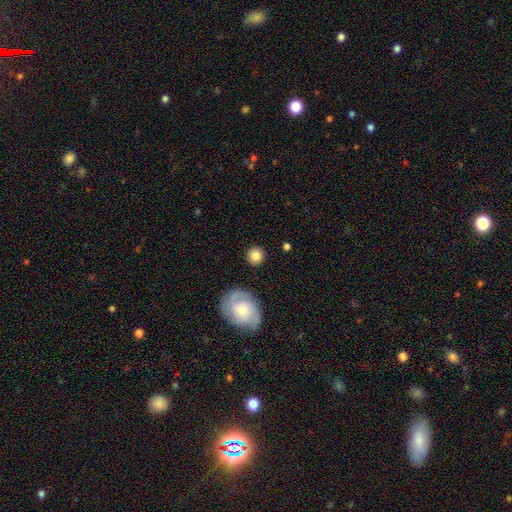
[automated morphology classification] Smooth or featured?
  - smooth: 81% *
  - featured or disk: 11%
  - star or artifact: 8%
How rounded?
  - round: 91% *
  - in between: 8%
  - cigar-shaped: 1%
Merging?
  - none: 88% *
  - minor disturbance: 7%
  - merger: 2%
  - major disturbance: 2%